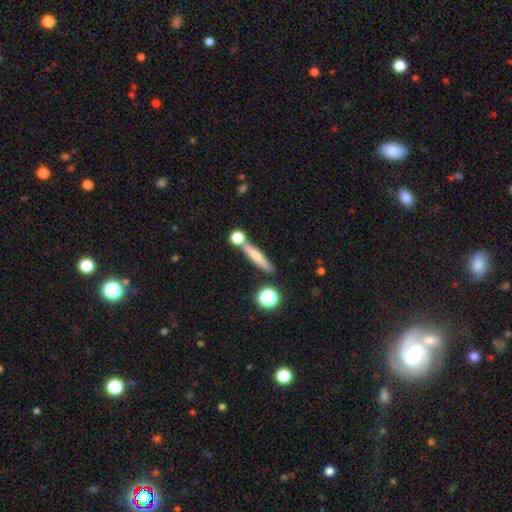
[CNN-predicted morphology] smooth_or_featured: smooth (p=0.63) [alt: featured or disk p=0.28]
how_rounded: cigar-shaped (p=0.82) [alt: in between p=0.11]
merging: none (p=0.70) [alt: merger p=0.15]